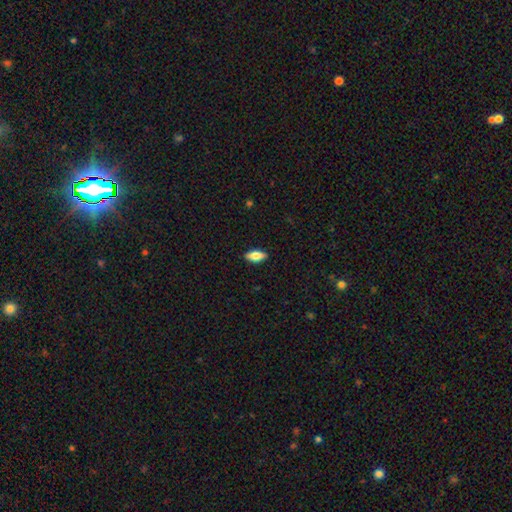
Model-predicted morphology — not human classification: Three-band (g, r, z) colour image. It shows a smooth galaxy with no disk features (70%) that is in between round and cigar-shaped (81%). Merging: none (89%).